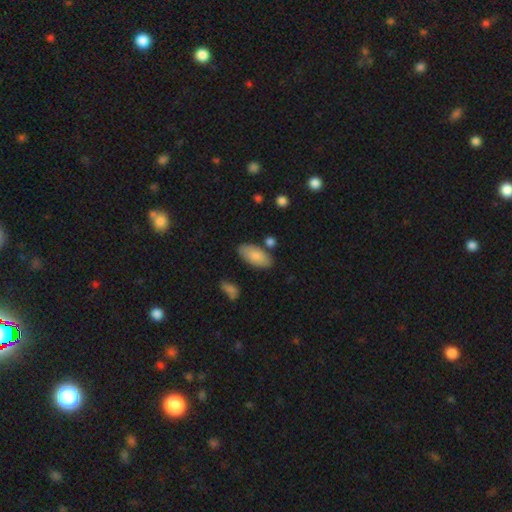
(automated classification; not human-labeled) Smooth or featured? smooth (84%)
How rounded? in between (92%)
Merging? none (78%)